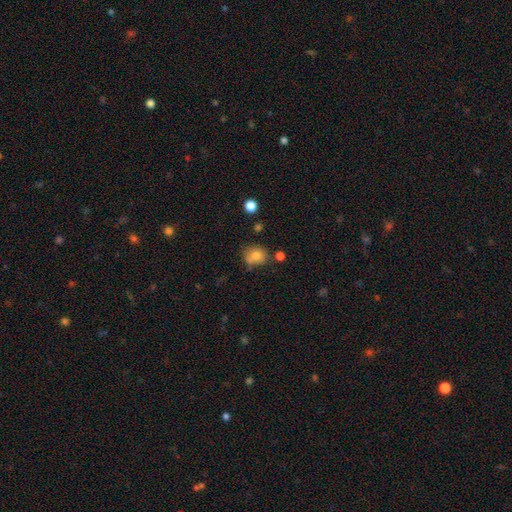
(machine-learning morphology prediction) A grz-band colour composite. It shows a smooth galaxy with no disk features (79%) that is round (59%). Merging: none (60%).